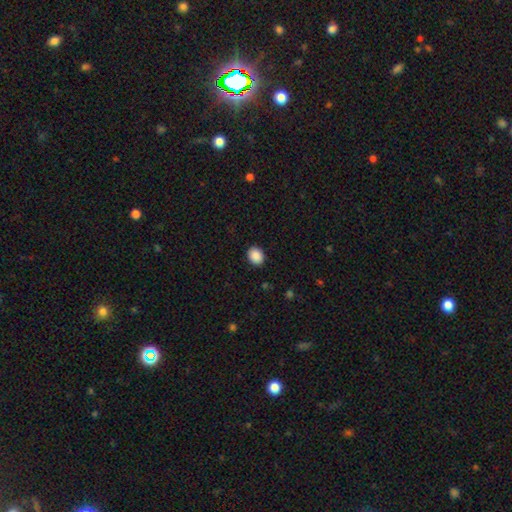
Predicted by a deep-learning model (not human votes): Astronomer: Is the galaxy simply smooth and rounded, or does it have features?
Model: smooth — 89%.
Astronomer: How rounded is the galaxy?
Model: round — 50% (runner-up: in between, 49%).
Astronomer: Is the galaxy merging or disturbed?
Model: none — 90%.